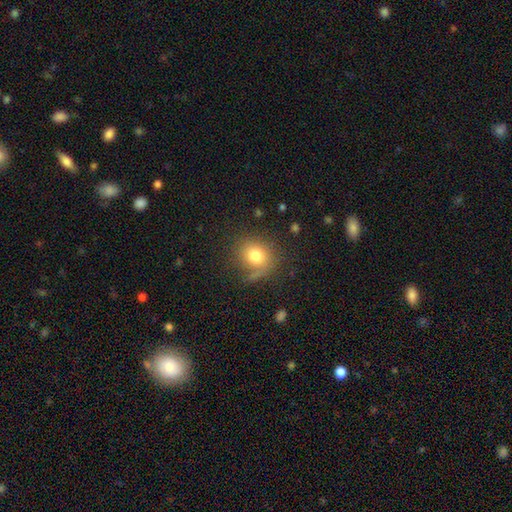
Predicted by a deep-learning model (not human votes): This appears to be a smooth galaxy with no disk features (77%) that is round (73%). Merging: none (66%).